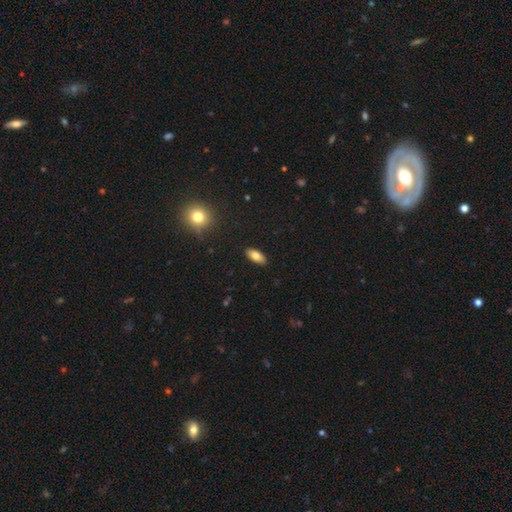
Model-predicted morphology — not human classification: Smooth or featured?
  - smooth: 79% *
  - featured or disk: 13%
  - star or artifact: 8%
How rounded?
  - in between: 87% *
  - cigar-shaped: 10%
  - round: 3%
Merging?
  - none: 89% *
  - minor disturbance: 8%
  - major disturbance: 2%
  - merger: 1%